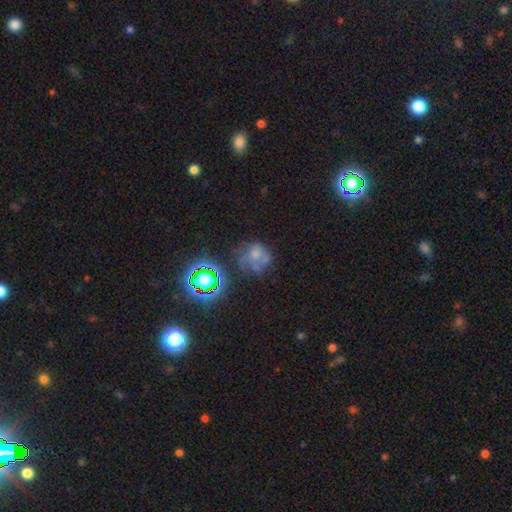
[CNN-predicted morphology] Smooth or featured?
  - smooth: 40% *
  - featured or disk: 37%
  - star or artifact: 23%
Merging?
  - none: 42% *
  - major disturbance: 27%
  - minor disturbance: 23%
  - merger: 9%